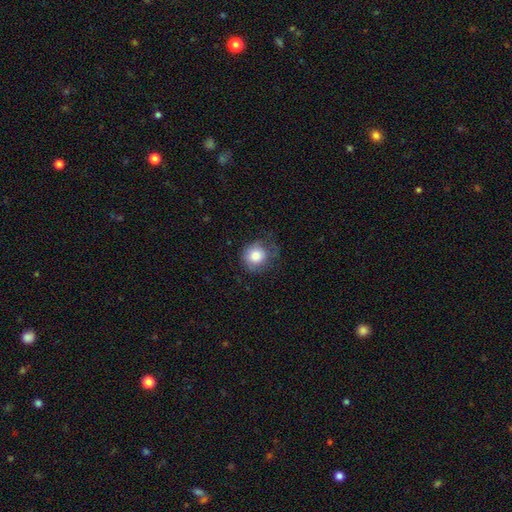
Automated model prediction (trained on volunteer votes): Smooth or featured?
  - smooth: 78% *
  - featured or disk: 14%
  - star or artifact: 8%
How rounded?
  - round: 85% *
  - in between: 14%
  - cigar-shaped: 1%
Merging?
  - none: 57% *
  - minor disturbance: 27%
  - major disturbance: 15%
  - merger: 1%